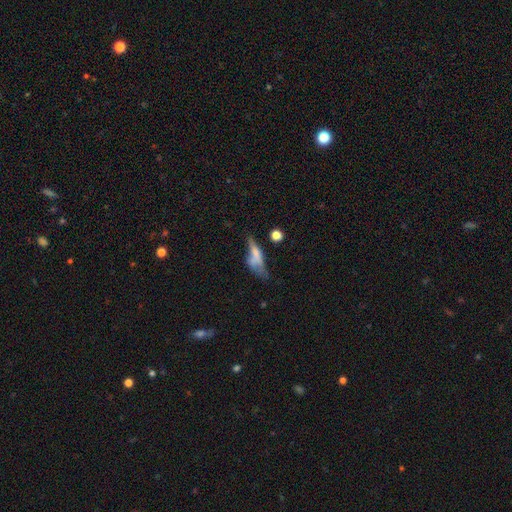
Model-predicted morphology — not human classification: type=smooth (51%); roundness=cigar-shaped (48%); merging=none (28%, tied with major disturbance).